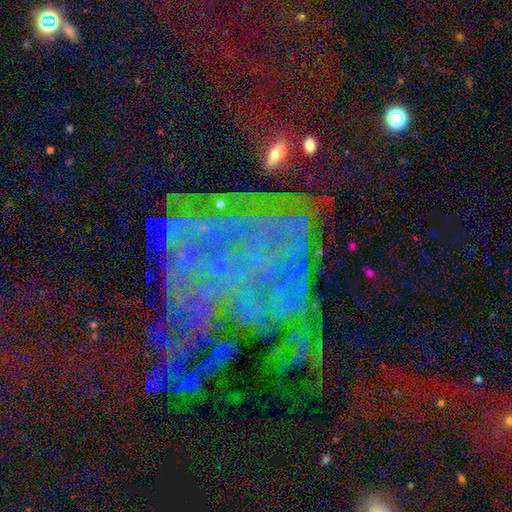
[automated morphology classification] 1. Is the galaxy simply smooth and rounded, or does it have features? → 56% star or artifact, 30% featured or disk, 14% smooth.